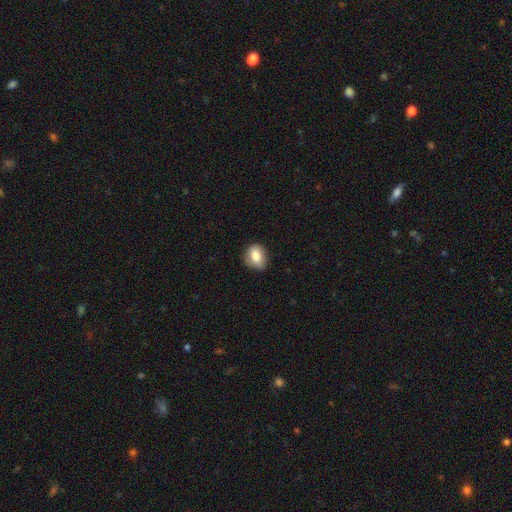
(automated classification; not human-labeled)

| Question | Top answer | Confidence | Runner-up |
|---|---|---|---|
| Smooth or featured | smooth | 82% | featured or disk (10%) |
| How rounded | in between | 59% | round (39%) |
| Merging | none | 73% | minor disturbance (22%) |